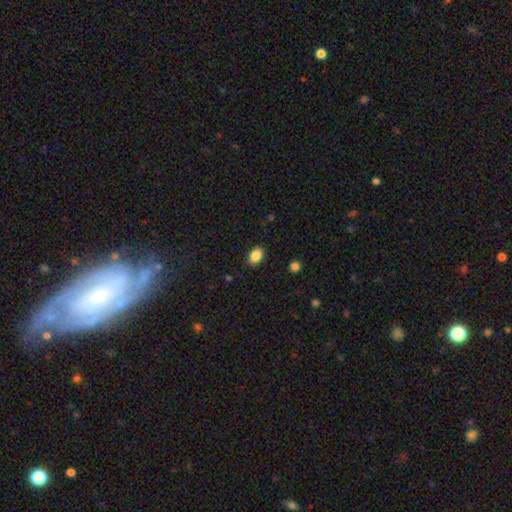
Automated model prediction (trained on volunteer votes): smooth_or_featured: smooth (p=0.88) [alt: star or artifact p=0.09]
how_rounded: in between (p=0.80) [alt: round p=0.19]
merging: none (p=0.88) [alt: minor disturbance p=0.09]